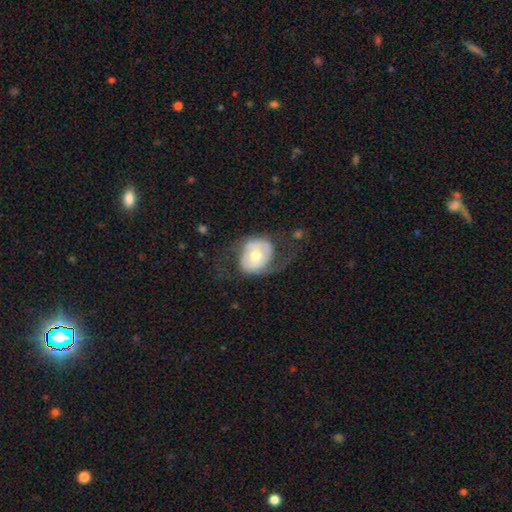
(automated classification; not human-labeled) Smooth or featured? Predicted: featured or disk (p=0.66). Edge-on disk? Predicted: no (p=0.96). Bar? Predicted: no (p=0.59). Spiral arms? Predicted: yes (p=0.72). Bulge size? Predicted: moderate (p=0.70). Merging? Predicted: none (p=0.47).